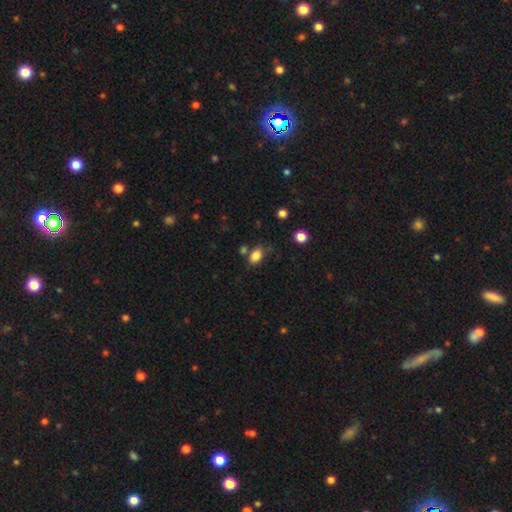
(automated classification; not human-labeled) smooth_or_featured: smooth (p=0.84) [alt: star or artifact p=0.10]
how_rounded: in between (p=0.82) [alt: round p=0.16]
merging: none (p=0.67) [alt: minor disturbance p=0.17]